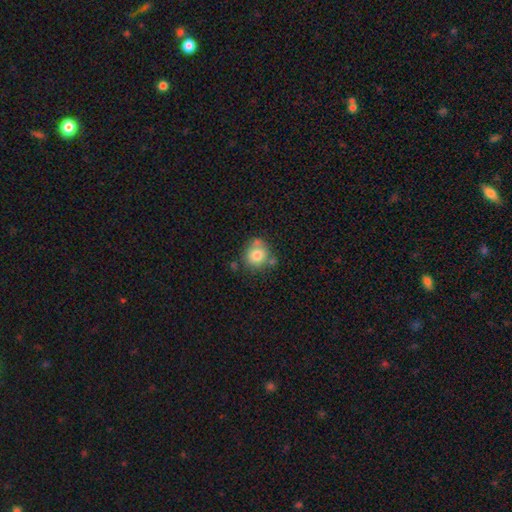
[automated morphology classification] smooth-or-featured: smooth: 77% | featured or disk: 13% | star or artifact: 10%
  how-rounded: round: 84% | in between: 15% | cigar-shaped: 1%
  merging: none: 62% | minor disturbance: 17% | merger: 16% | major disturbance: 5%